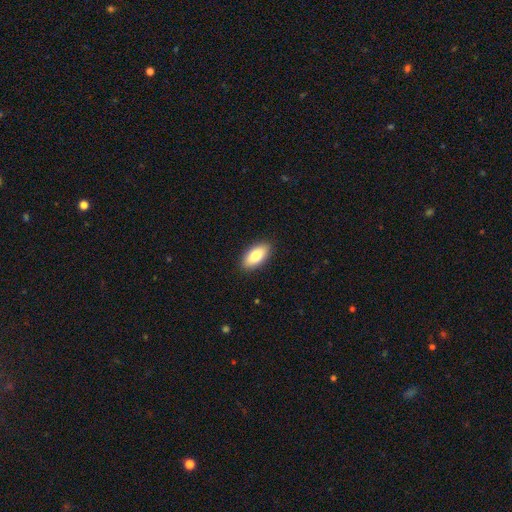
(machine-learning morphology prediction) Q: Smooth or featured?
A: smooth (83%); runner-up: featured or disk (11%)
Q: How rounded?
A: in between (91%); runner-up: cigar-shaped (6%)
Q: Merging?
A: none (90%); runner-up: minor disturbance (8%)